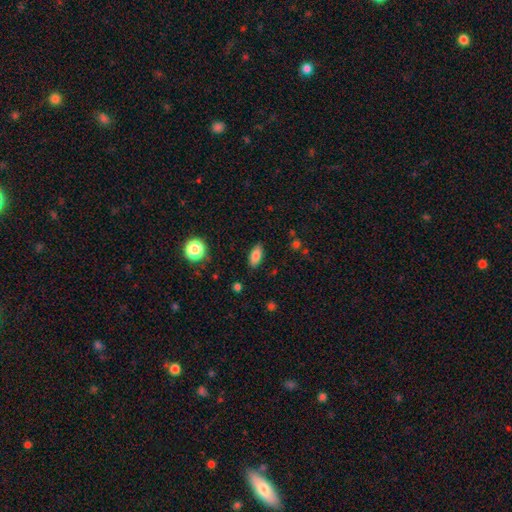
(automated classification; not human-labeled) The model was most divided on "smooth or featured": smooth: 82%, featured or disk: 9%, star or artifact: 9%. More confident: merging — none (87%); how rounded — in between (85%).